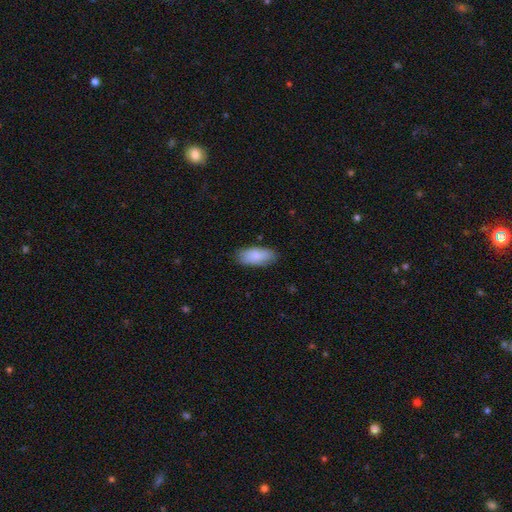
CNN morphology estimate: Smooth or featured? Predicted: smooth (p=0.84). How rounded? Predicted: in between (p=0.90). Merging? Predicted: none (p=0.83).